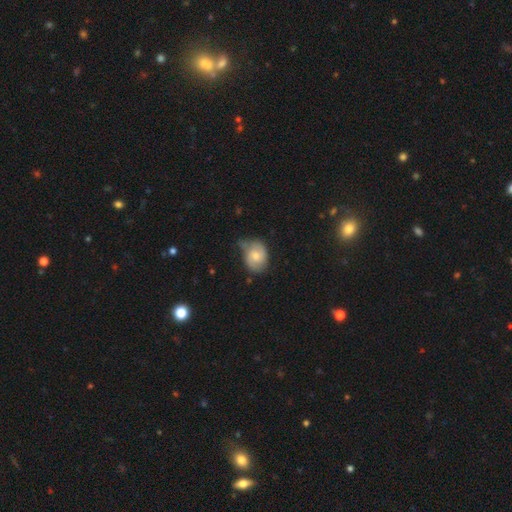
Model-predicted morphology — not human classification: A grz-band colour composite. It shows a featured or disk galaxy (49%). Merging: none (51%).